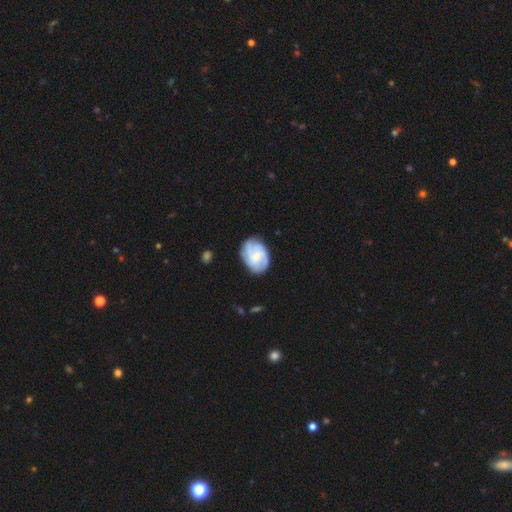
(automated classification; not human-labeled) Smooth or featured?
  - featured or disk: 69% *
  - smooth: 24%
  - star or artifact: 7%
Edge-on disk?
  - no: 98% *
  - yes: 2%
Bar?
  - no: 54% *
  - weak: 39%
  - strong: 8%
Spiral arms?
  - yes: 93% *
  - no: 7%
Spiral winding?
  - tight: 45% *
  - medium: 40%
  - loose: 15%
Spiral arm count?
  - 3: 35% *
  - can't tell: 23%
  - 4: 17%
  - 2: 15%
  - more than 4: 5%
  - 1: 5%
Bulge size?
  - small: 40% *
  - none: 31%
  - moderate: 22%
  - large: 5%
  - dominant: 2%
Merging?
  - none: 76% *
  - minor disturbance: 16%
  - major disturbance: 6%
  - merger: 1%